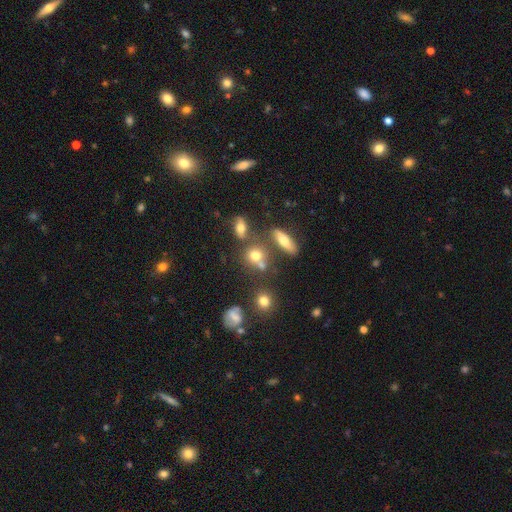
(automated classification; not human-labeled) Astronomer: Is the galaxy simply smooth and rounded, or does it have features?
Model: smooth — 68%.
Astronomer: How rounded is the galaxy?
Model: round — 66%.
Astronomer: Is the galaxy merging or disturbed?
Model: none — 50% (runner-up: merger, 30%).